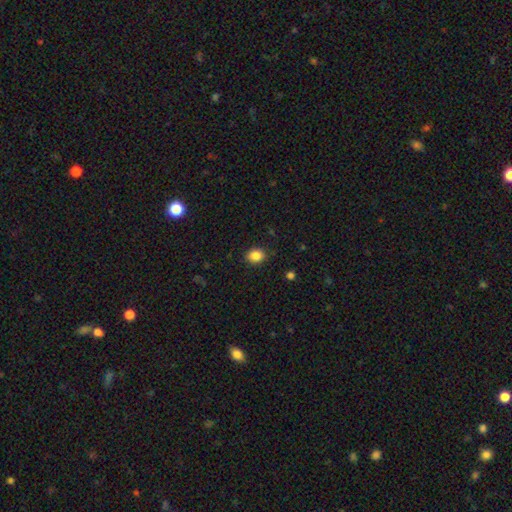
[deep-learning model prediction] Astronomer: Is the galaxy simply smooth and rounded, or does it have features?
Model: smooth — 86%.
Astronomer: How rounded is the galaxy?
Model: round — 56% (runner-up: in between, 43%).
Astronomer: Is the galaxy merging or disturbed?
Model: none — 88%.